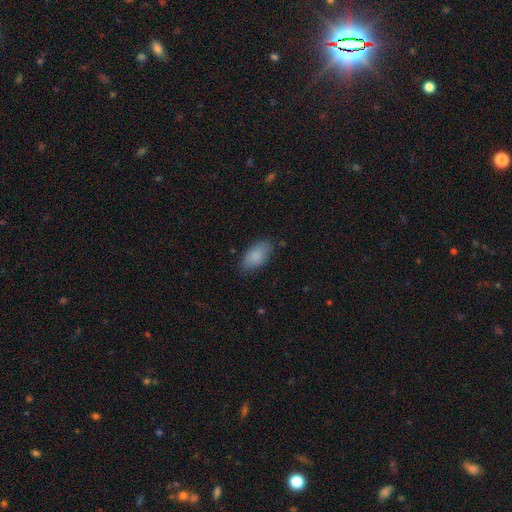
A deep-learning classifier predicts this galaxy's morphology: Smooth or featured: smooth — 87% (star or artifact — 7%)
How rounded: in between — 94% (round — 3%)
Merging: none — 78% (minor disturbance — 17%)